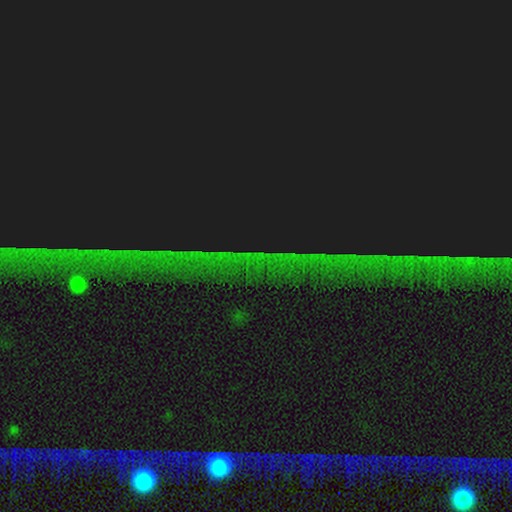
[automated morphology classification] A star or artifact, not a galaxy (87%).